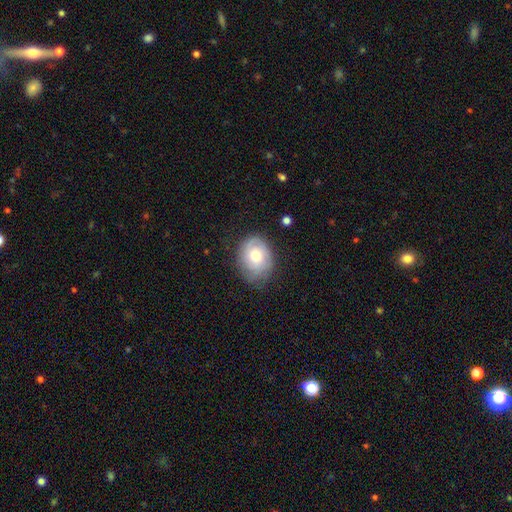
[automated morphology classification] smooth-or-featured: smooth: 47% | featured or disk: 45% | star or artifact: 7%
  merging: none: 67% | minor disturbance: 25% | major disturbance: 7% | merger: 1%